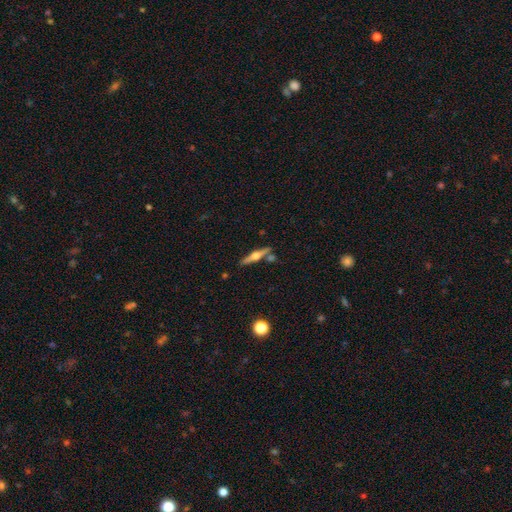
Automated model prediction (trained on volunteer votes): Smooth or featured? Predicted: featured or disk (p=0.70). Edge-on disk? Predicted: yes (p=0.97). Edge-on bulge? Predicted: rounded (p=0.92). Merging? Predicted: none (p=0.78).